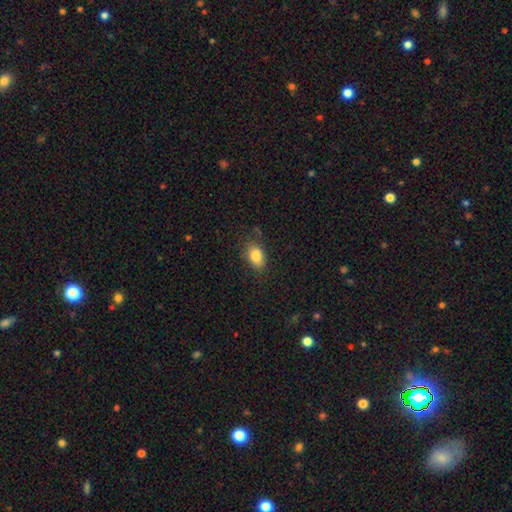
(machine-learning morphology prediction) The model was most divided on "merging": none: 70%, minor disturbance: 21%, major disturbance: 6%, merger: 2%. More confident: smooth or featured — smooth (85%); how rounded — in between (83%).